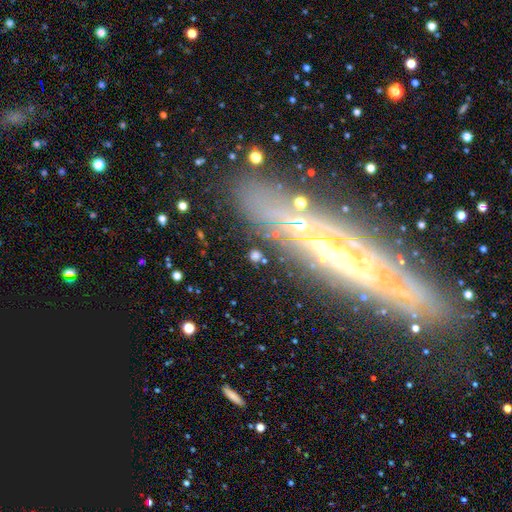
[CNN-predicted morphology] Smooth or featured: smooth — 52% (star or artifact — 34%)
How rounded: round — 63% (in between — 32%)
Merging: none — 82% (minor disturbance — 9%)